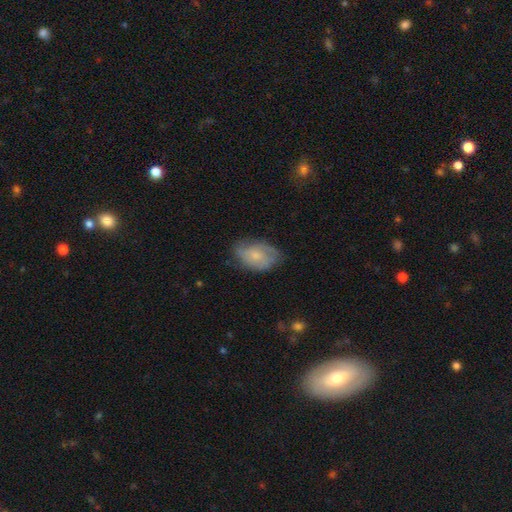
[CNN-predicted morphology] type=smooth (50%); merging=none (61%).